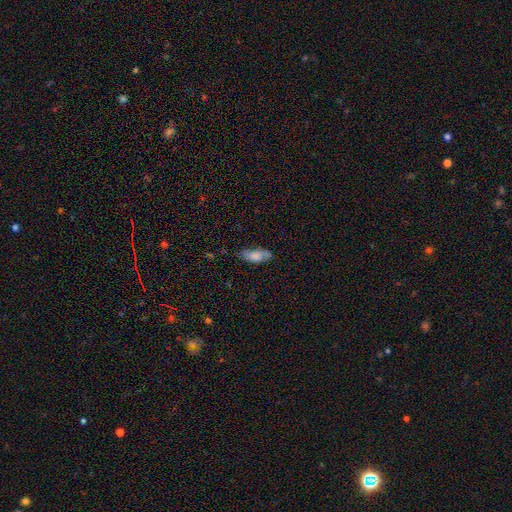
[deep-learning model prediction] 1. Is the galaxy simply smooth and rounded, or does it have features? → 72% smooth, 20% featured or disk, 8% star or artifact.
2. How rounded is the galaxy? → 78% in between, 20% cigar-shaped, 3% round.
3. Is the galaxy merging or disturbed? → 65% none, 26% minor disturbance, 6% major disturbance, 2% merger.